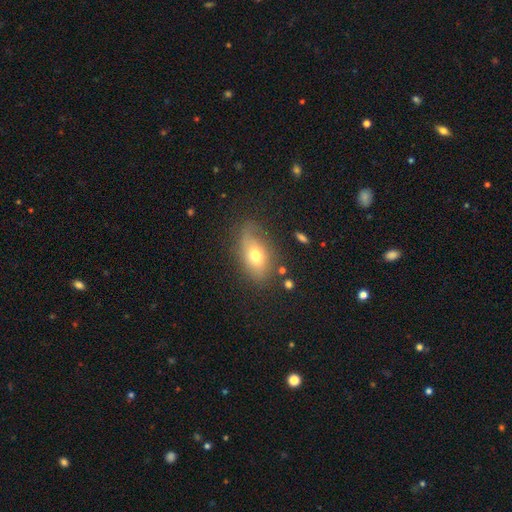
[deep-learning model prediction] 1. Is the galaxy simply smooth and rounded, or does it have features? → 63% smooth, 27% featured or disk, 10% star or artifact.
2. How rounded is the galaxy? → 86% in between, 10% round, 4% cigar-shaped.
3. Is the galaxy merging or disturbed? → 59% none, 26% minor disturbance, 12% major disturbance, 3% merger.